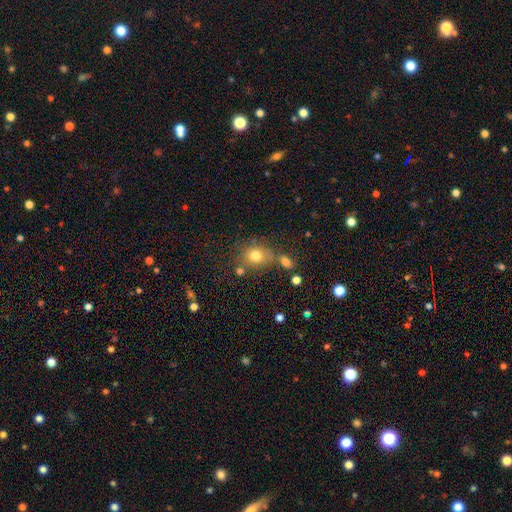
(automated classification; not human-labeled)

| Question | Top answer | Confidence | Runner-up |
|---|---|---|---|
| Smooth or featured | smooth | 76% | star or artifact (12%) |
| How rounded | round | 61% | in between (38%) |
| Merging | none | 62% | merger (16%) |